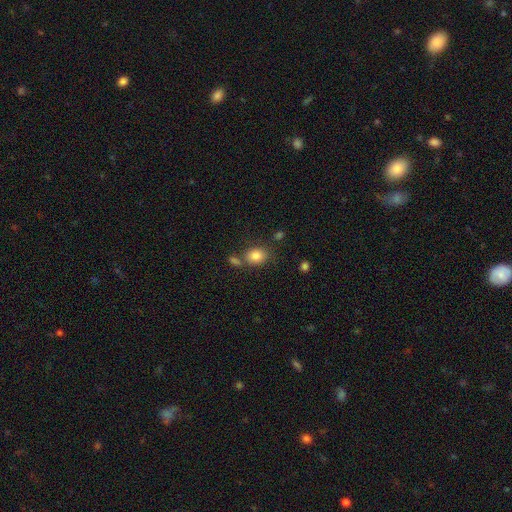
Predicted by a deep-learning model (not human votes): Smooth or featured?
  - smooth: 84% *
  - star or artifact: 10%
  - featured or disk: 7%
How rounded?
  - in between: 52% *
  - round: 47%
  - cigar-shaped: 1%
Merging?
  - none: 64% *
  - merger: 17%
  - minor disturbance: 14%
  - major disturbance: 5%